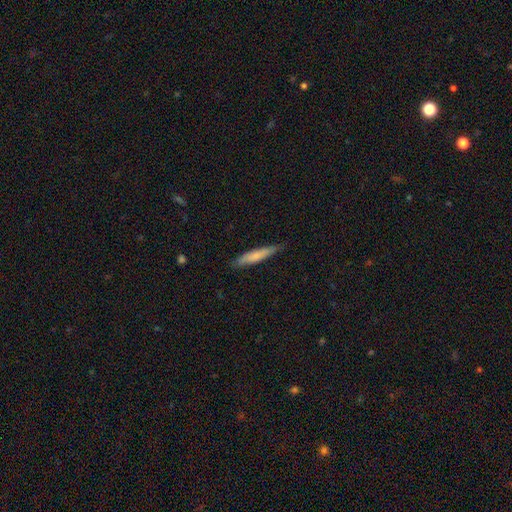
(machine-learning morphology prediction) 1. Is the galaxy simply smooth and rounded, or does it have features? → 71% smooth, 23% featured or disk, 6% star or artifact.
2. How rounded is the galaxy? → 91% cigar-shaped, 8% in between, 1% round.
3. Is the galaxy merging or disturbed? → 81% none, 16% minor disturbance, 2% major disturbance, 1% merger.